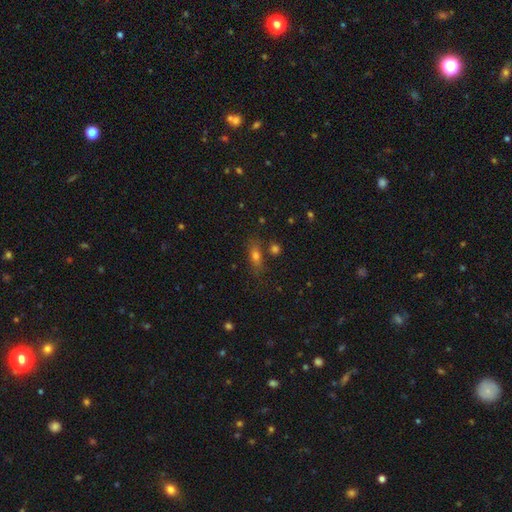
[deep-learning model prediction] Q: Smooth or featured?
A: smooth (64%); runner-up: star or artifact (18%)
Q: How rounded?
A: in between (61%); runner-up: cigar-shaped (26%)
Q: Merging?
A: none (73%); runner-up: minor disturbance (14%)